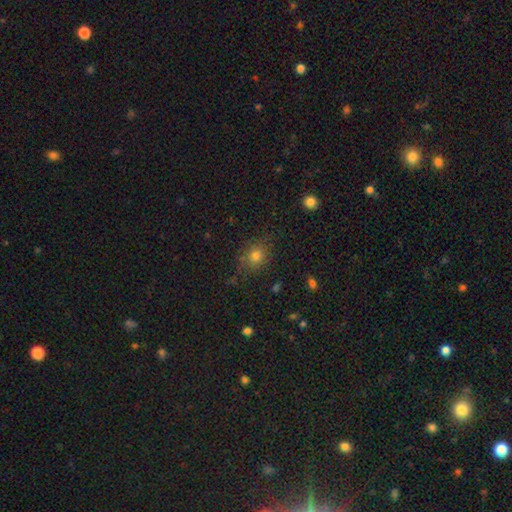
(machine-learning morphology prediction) smooth 75%, star or artifact 16%, featured or disk 9%. Down the decision tree: how rounded — round (65%); merging — none (78%).